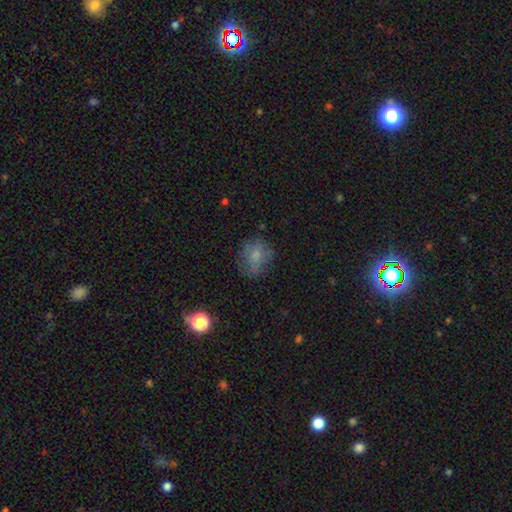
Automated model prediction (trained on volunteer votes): Q: Smooth or featured?
A: smooth (67%); runner-up: featured or disk (21%)
Q: How rounded?
A: round (65%); runner-up: in between (34%)
Q: Merging?
A: none (61%); runner-up: minor disturbance (23%)